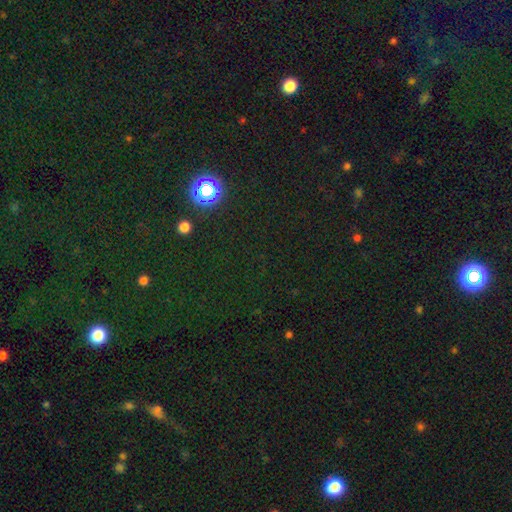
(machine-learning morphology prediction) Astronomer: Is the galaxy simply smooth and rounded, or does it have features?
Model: star or artifact — 72%.